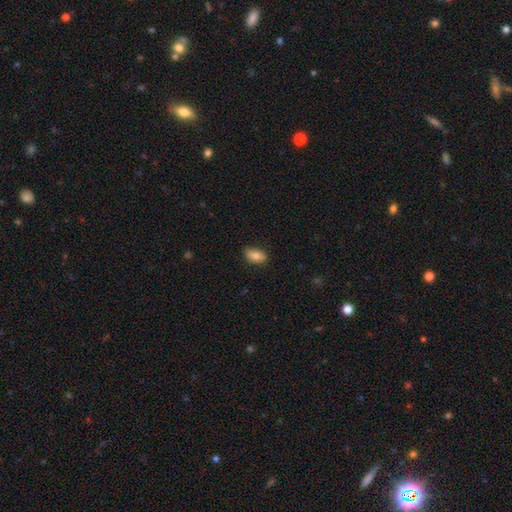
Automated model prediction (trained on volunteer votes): smooth 80%, featured or disk 13%, star or artifact 7%. Down the decision tree: how rounded — in between (91%); merging — none (83%).